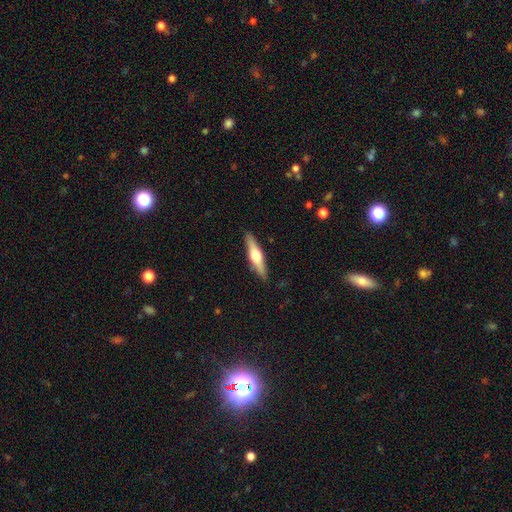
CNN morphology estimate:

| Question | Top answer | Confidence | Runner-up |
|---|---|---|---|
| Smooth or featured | featured or disk | 58% | smooth (36%) |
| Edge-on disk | yes | 96% | no (4%) |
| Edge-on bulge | rounded | 94% | boxy (4%) |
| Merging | none | 90% | minor disturbance (7%) |